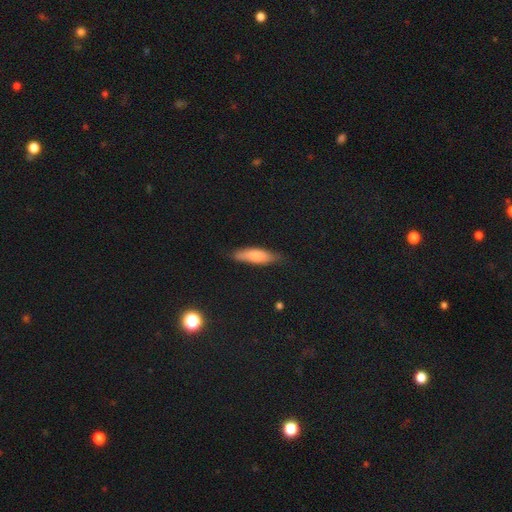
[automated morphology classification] Overall: smooth (74%). How rounded: cigar-shaped (54%; in between 44%). Merging: none (75%).